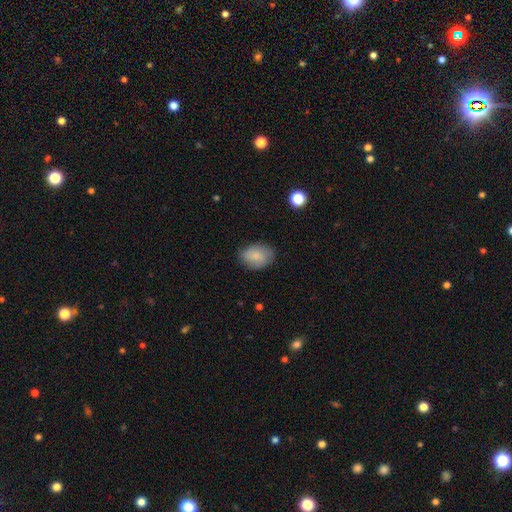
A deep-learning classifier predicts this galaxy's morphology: The model was most divided on "how rounded": in between: 79%, round: 20%, cigar-shaped: 1%. More confident: smooth or featured — smooth (81%); merging — none (78%).